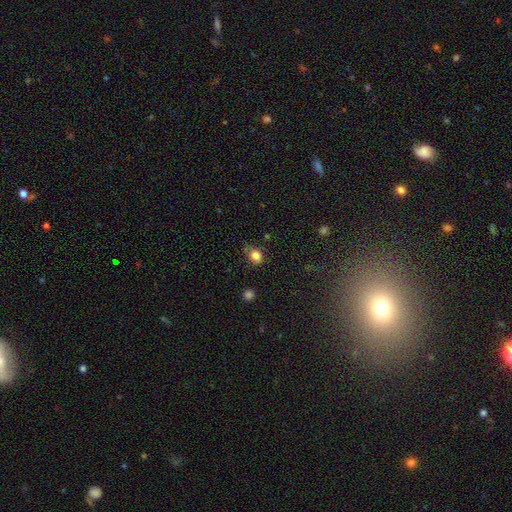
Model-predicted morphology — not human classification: This is clearly a smooth galaxy (81%). How rounded: possibly in between (55%). Merging: possibly none (59%).